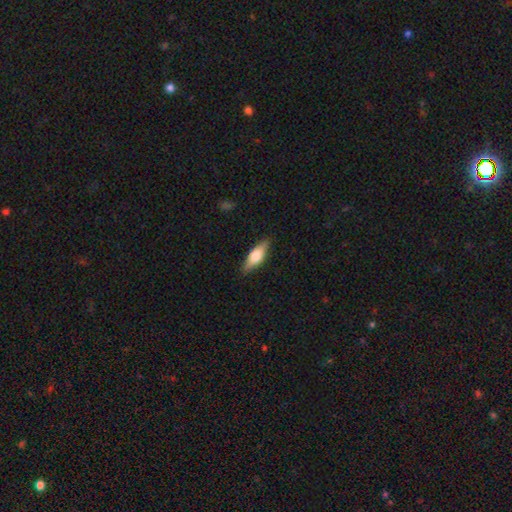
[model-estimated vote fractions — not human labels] A smooth galaxy with no disk features (59%) that is in between round and cigar-shaped (60%). Merging: none (86%).